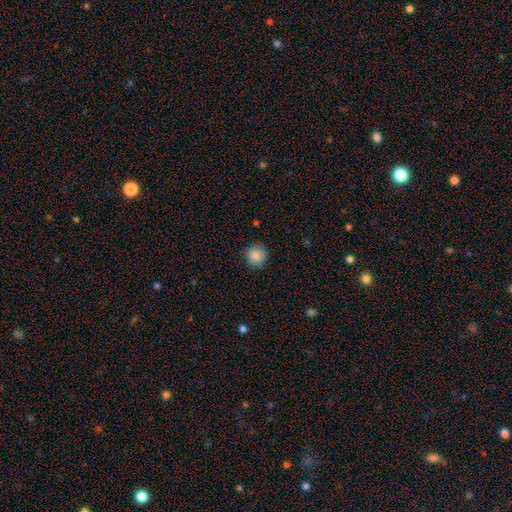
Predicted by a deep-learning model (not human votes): This is clearly a smooth galaxy (88%). How rounded: clearly round (92%). Merging: clearly none (88%).